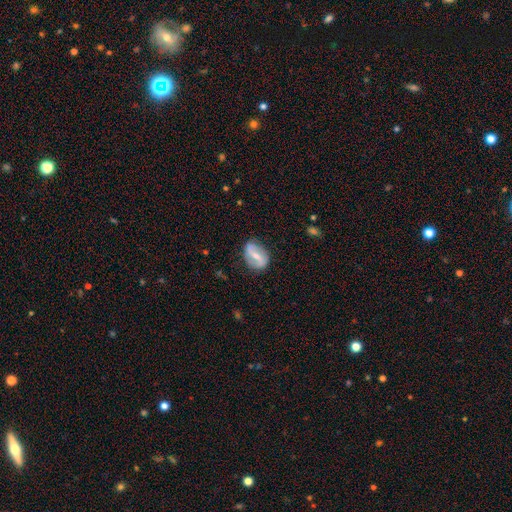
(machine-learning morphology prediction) Smooth or featured?
  - featured or disk: 65% *
  - smooth: 29%
  - star or artifact: 6%
Edge-on disk?
  - no: 95% *
  - yes: 5%
Bar?
  - strong: 56% *
  - weak: 33%
  - no: 11%
Spiral arms?
  - yes: 67% *
  - no: 33%
Bulge size?
  - small: 48% *
  - moderate: 43%
  - none: 6%
  - large: 2%
  - dominant: 1%
Merging?
  - none: 76% *
  - minor disturbance: 18%
  - major disturbance: 5%
  - merger: 2%